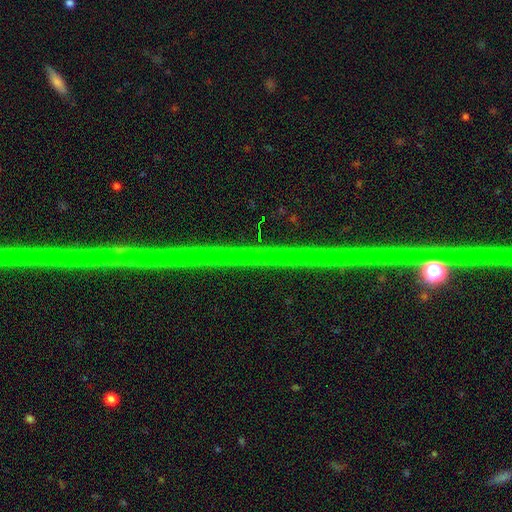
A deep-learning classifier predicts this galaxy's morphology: This appears to be a star or artifact, not a galaxy (86%).